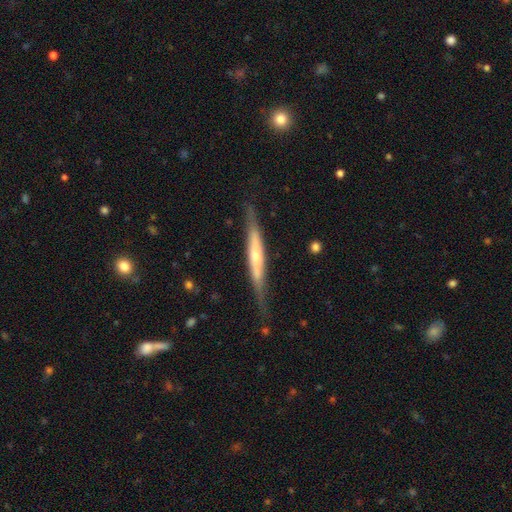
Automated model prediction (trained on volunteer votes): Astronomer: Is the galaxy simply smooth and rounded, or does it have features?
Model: featured or disk — 65%.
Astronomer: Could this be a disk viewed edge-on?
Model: yes — 92%.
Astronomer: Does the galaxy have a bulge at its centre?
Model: rounded — 61%.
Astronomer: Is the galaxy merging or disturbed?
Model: none — 77%.